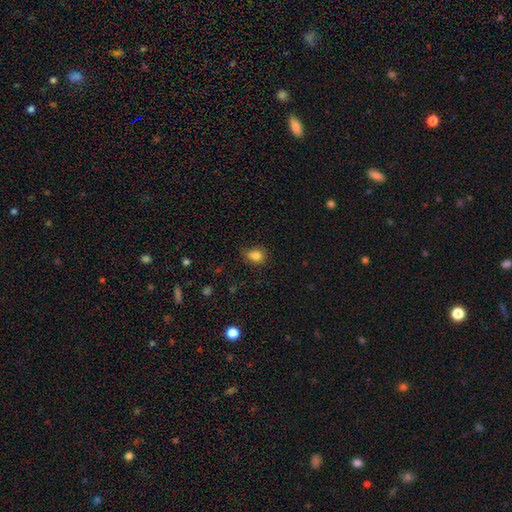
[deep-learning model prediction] smooth_or_featured: smooth (p=0.83) [alt: star or artifact p=0.12]
how_rounded: in between (p=0.51) [alt: round p=0.48]
merging: none (p=0.68) [alt: minor disturbance p=0.25]